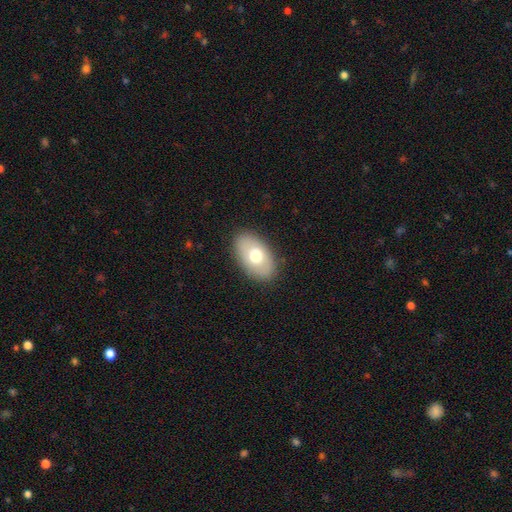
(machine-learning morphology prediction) A smooth galaxy with no disk features (68%) that is in between round and cigar-shaped (92%). Merging: none (86%).